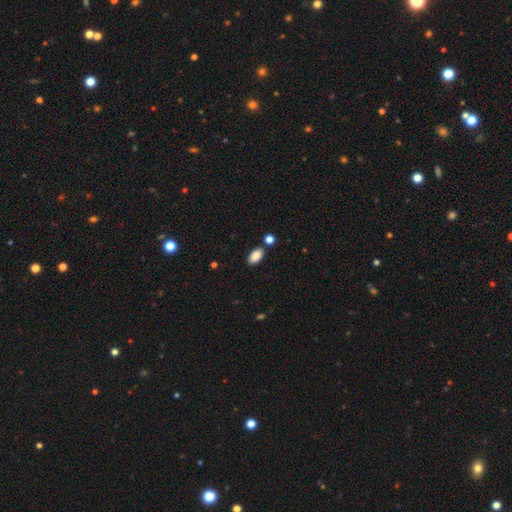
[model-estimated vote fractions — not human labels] smooth_or_featured: smooth (p=0.88) [alt: star or artifact p=0.08]
how_rounded: in between (p=0.94) [alt: round p=0.04]
merging: none (p=0.82) [alt: minor disturbance p=0.10]